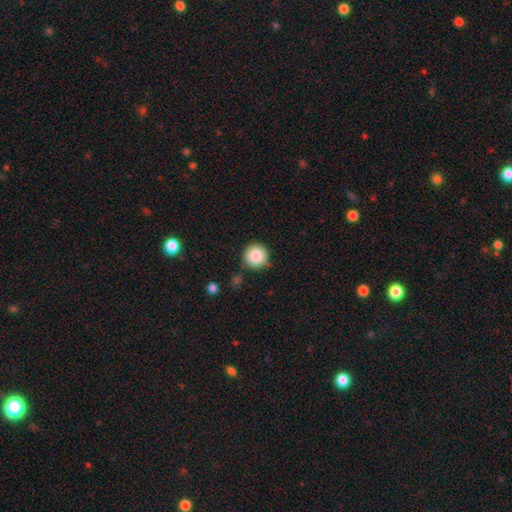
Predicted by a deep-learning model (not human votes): Smooth or featured? Predicted: smooth (p=0.86). How rounded? Predicted: round (p=0.94). Merging? Predicted: none (p=0.82).